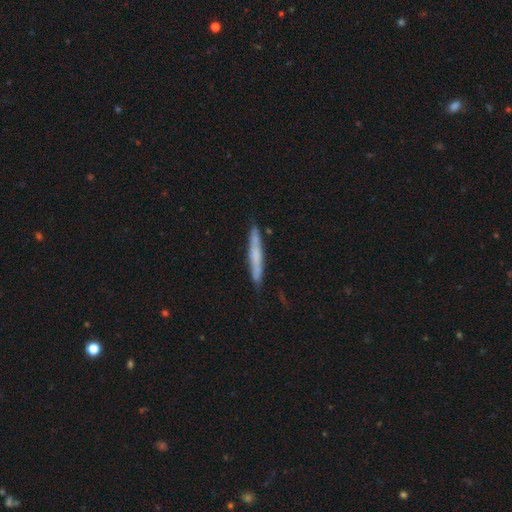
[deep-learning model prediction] Morphology: type=smooth (54%); roundness=cigar-shaped (95%); merging=none (85%).